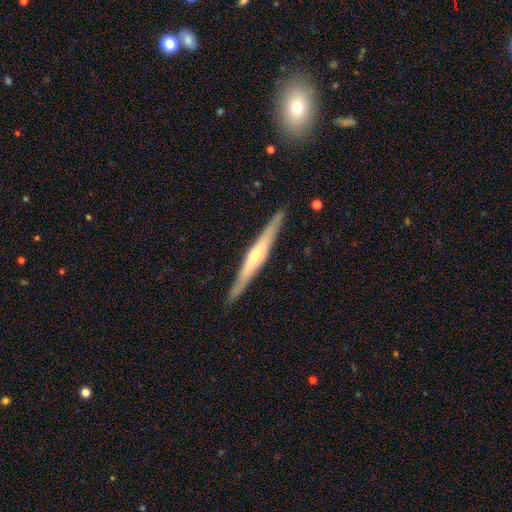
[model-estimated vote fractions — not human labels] A featured or disk galaxy (68%) viewed edge-on (97%) with a rounded central bulge (71%).

Vote fractions:
- Smooth or featured? featured or disk: 68% / smooth: 27% / star or artifact: 5%
- Edge-on disk? yes: 97% / no: 3%
- Edge-on bulge? rounded: 71% / none: 18% / boxy: 11%
- Merging? none: 90% / minor disturbance: 8% / major disturbance: 1% / merger: 1%